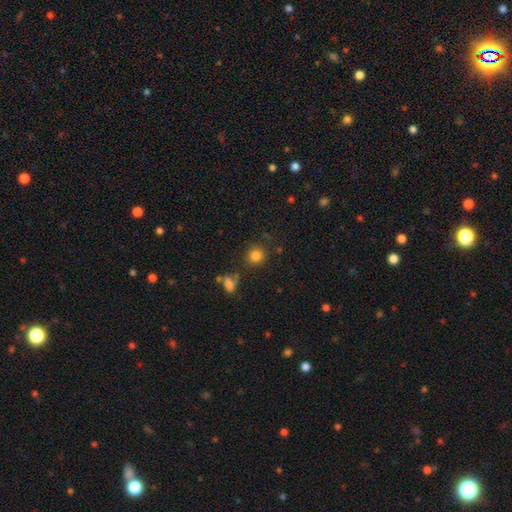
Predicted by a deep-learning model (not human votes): Smooth or featured?
  - smooth: 82% *
  - star or artifact: 12%
  - featured or disk: 5%
How rounded?
  - round: 89% *
  - in between: 10%
  - cigar-shaped: 1%
Merging?
  - none: 80% *
  - minor disturbance: 10%
  - merger: 5%
  - major disturbance: 4%